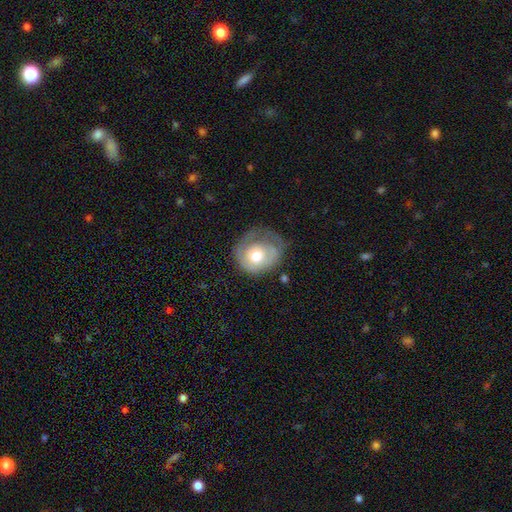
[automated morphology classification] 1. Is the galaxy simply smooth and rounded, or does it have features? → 47% smooth, 46% featured or disk, 7% star or artifact.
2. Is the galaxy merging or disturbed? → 37% none, 31% minor disturbance, 30% major disturbance, 2% merger.